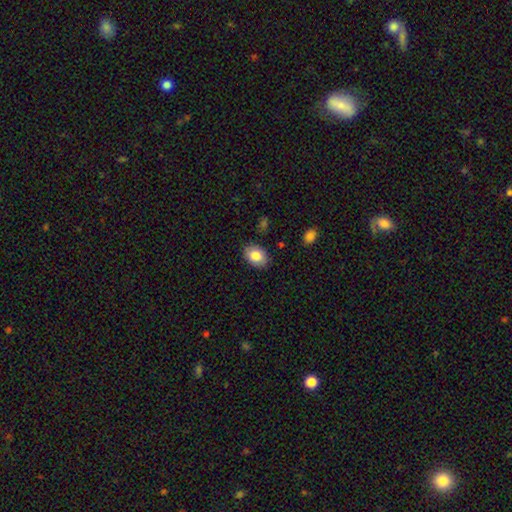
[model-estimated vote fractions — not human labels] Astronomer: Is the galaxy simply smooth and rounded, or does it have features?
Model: smooth — 82%.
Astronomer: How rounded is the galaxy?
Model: in between — 77%.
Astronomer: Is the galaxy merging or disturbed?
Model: none — 86%.